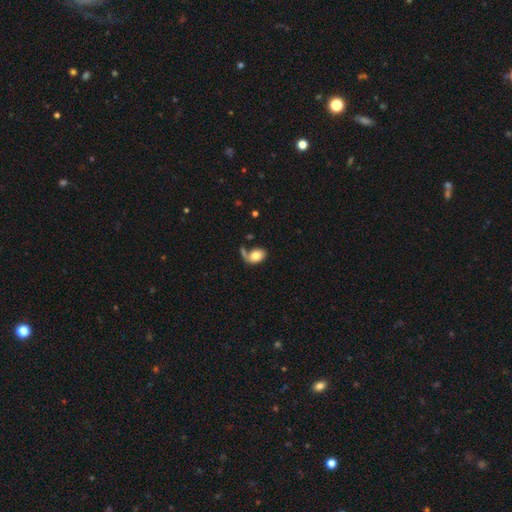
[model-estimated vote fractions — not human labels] Smooth or featured?
  - smooth: 73% *
  - featured or disk: 20%
  - star or artifact: 7%
How rounded?
  - in between: 82% *
  - round: 16%
  - cigar-shaped: 2%
Merging?
  - none: 42% *
  - merger: 22%
  - major disturbance: 18%
  - minor disturbance: 18%